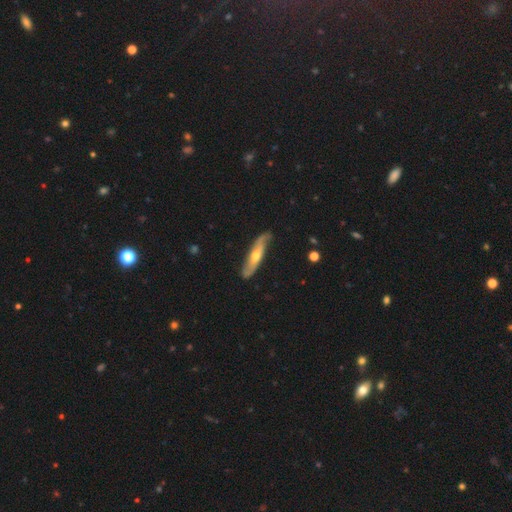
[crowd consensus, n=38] Smooth or featured? 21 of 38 (55%) said featured or disk. Edge-on disk? 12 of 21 (57%) said no. Bar? 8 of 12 (67%) said no. Spiral arms? 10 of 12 (83%) said yes. Spiral winding? 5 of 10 (50%, tied with loose) said medium. Spiral arm count? 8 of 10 (80%) said 2. Bulge size? 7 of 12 (58%) said moderate. Merging? 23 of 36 (64%) said none.